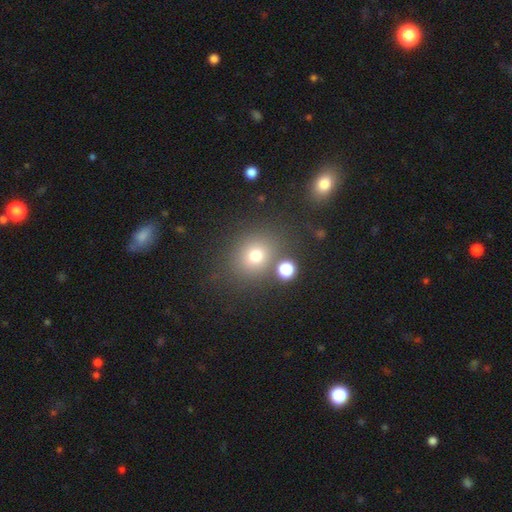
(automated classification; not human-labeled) Smooth or featured? smooth (73%)
How rounded? round (74%)
Merging? none (74%)